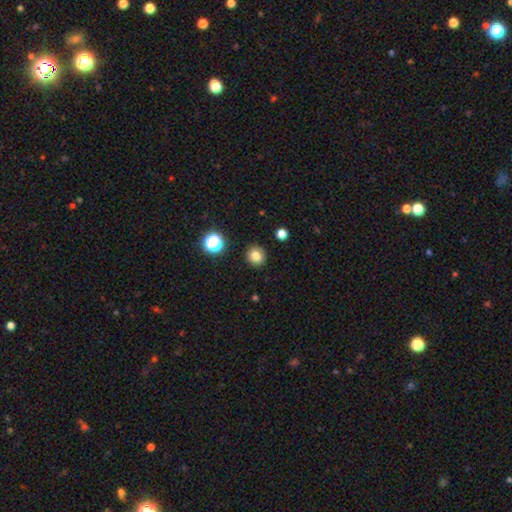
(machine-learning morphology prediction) This is likely a smooth galaxy (80%). How rounded: clearly round (85%). Merging: clearly none (90%).